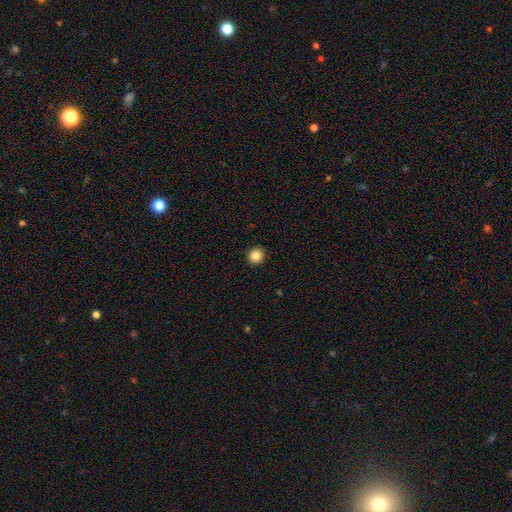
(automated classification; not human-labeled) smooth 85%, star or artifact 10%, featured or disk 5%. Down the decision tree: how rounded — round (94%); merging — none (93%).